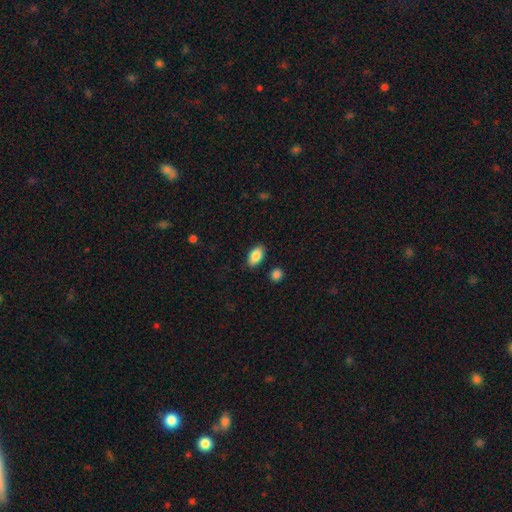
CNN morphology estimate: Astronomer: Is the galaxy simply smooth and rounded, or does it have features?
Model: smooth — 86%.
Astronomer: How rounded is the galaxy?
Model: in between — 92%.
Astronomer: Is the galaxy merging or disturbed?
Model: none — 86%.